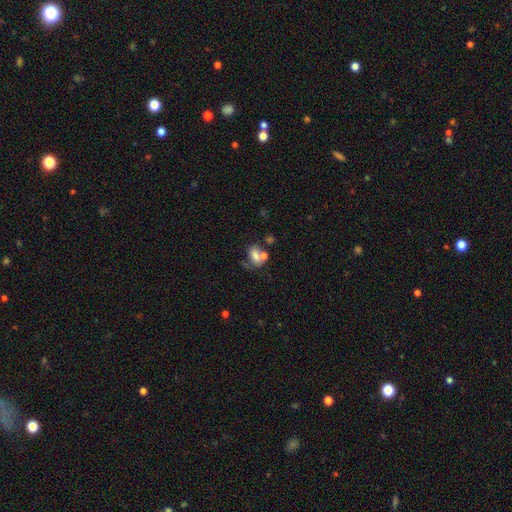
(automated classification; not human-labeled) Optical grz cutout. It shows a smooth galaxy with no disk features (67%) that is in between round and cigar-shaped (77%). Merging: merger (39%).